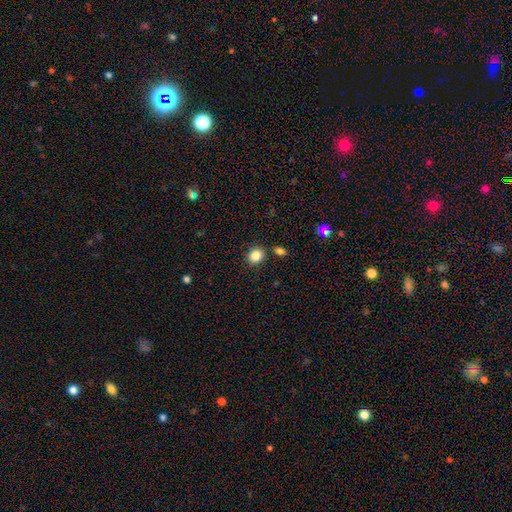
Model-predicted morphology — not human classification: This is clearly a smooth galaxy (85%). How rounded: likely round (63%). Merging: clearly none (83%).